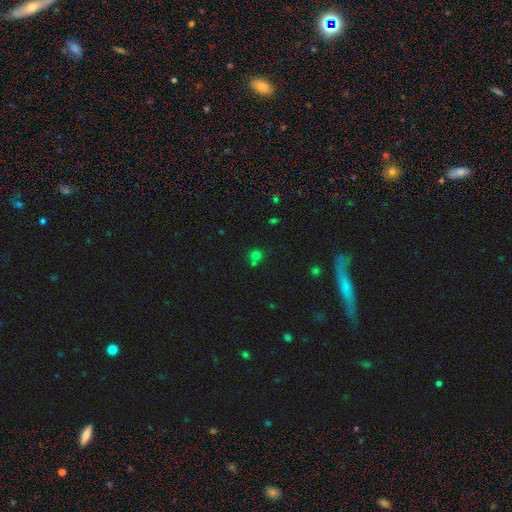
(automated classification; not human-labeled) Smooth or featured? smooth (69%)
How rounded? round (89%)
Merging? none (60%)